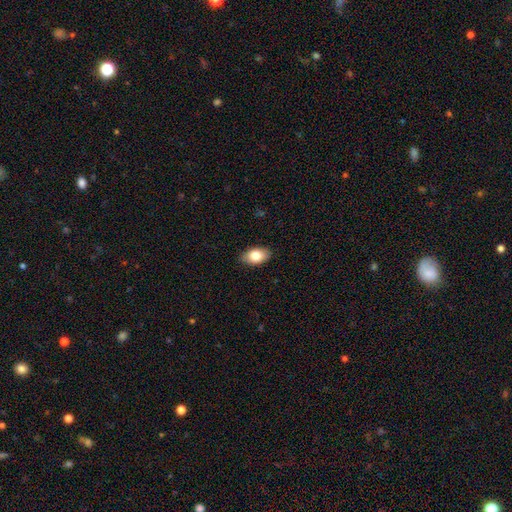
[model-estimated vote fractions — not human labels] Overall: smooth (83%). How rounded: in between (92%). Merging: none (88%).